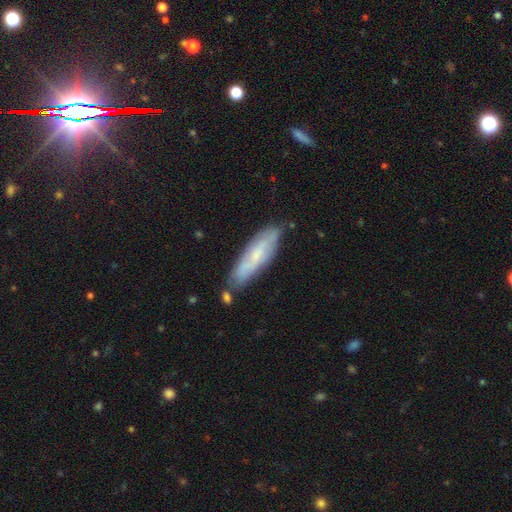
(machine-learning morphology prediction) smooth-or-featured: featured or disk: 47% | smooth: 46% | star or artifact: 7%
  merging: none: 72% | minor disturbance: 19% | merger: 5% | major disturbance: 4%